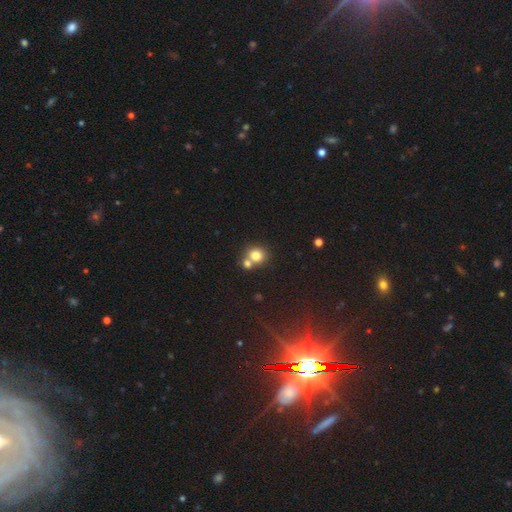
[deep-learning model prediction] smooth_or_featured: smooth (p=0.79) [alt: star or artifact p=0.11]
how_rounded: round (p=0.81) [alt: in between p=0.18]
merging: none (p=0.49) [alt: merger p=0.40]